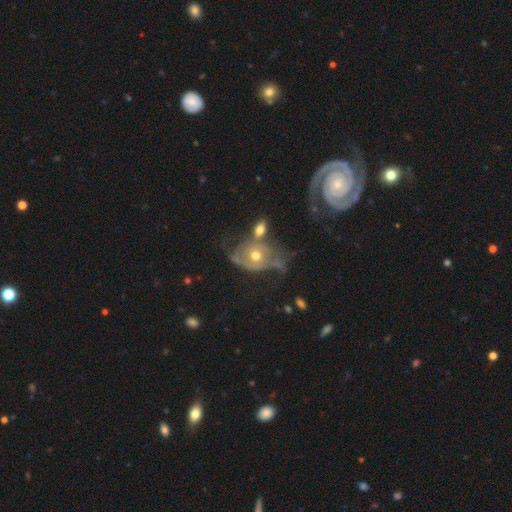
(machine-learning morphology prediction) Smooth or featured? Predicted: featured or disk (p=0.69). Edge-on disk? Predicted: no (p=0.94). Bar? Predicted: no (p=0.82). Spiral arms? Predicted: yes (p=0.64). Bulge size? Predicted: moderate (p=0.74). Merging? Predicted: major disturbance (p=0.28).